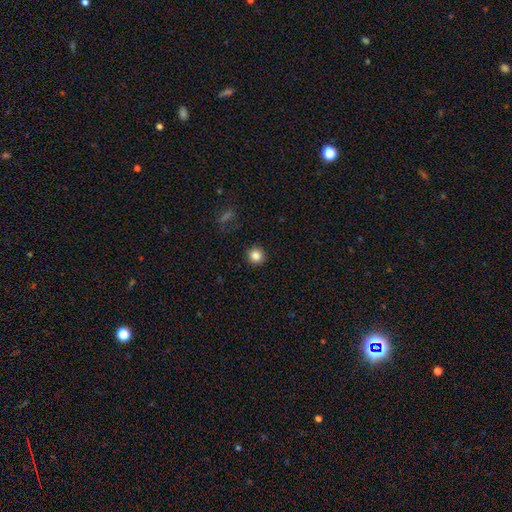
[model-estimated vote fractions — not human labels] Smooth or featured? smooth (84%)
How rounded? round (94%)
Merging? none (92%)